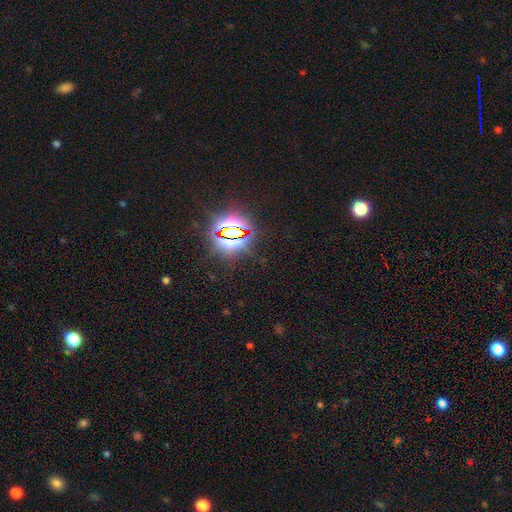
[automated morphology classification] Smooth or featured? Predicted: star or artifact (p=0.83).